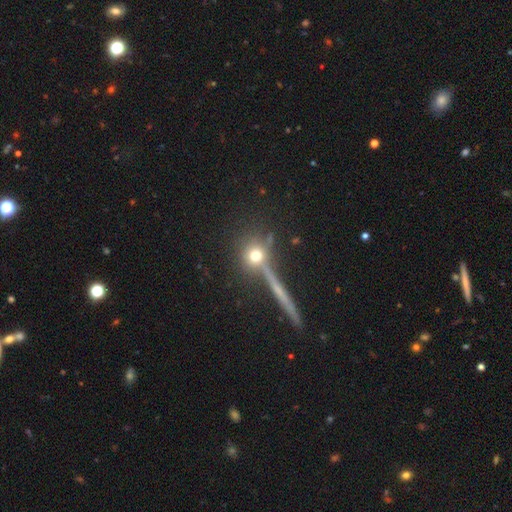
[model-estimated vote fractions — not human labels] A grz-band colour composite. It shows a smooth galaxy with no disk features (64%) that is round (86%). Merging: none (72%).